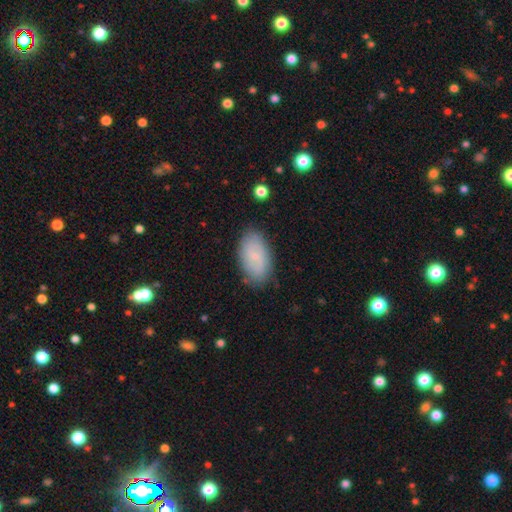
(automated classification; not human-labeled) Smooth or featured?
  - smooth: 56% *
  - featured or disk: 36%
  - star or artifact: 8%
How rounded?
  - in between: 94% *
  - round: 4%
  - cigar-shaped: 3%
Merging?
  - none: 82% *
  - minor disturbance: 14%
  - major disturbance: 3%
  - merger: 1%